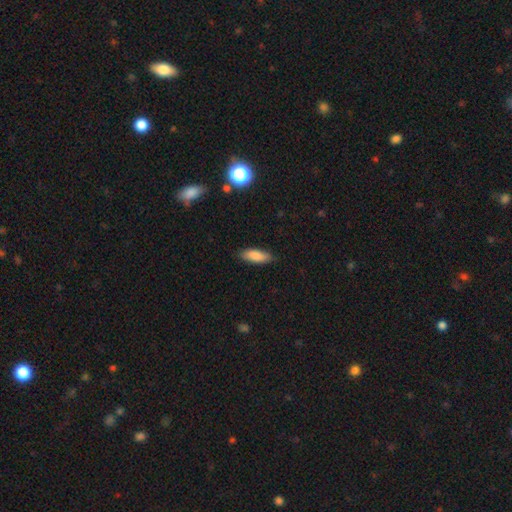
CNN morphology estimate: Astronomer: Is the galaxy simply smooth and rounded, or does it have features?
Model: smooth — 85%.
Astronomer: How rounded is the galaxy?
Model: in between — 65%.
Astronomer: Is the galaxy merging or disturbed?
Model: none — 85%.